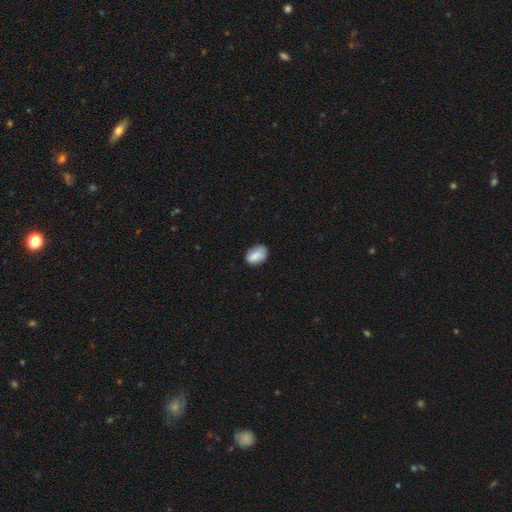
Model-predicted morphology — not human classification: The model was most divided on "merging": none: 71%, minor disturbance: 23%, major disturbance: 4%, merger: 2%. More confident: how rounded — in between (88%); smooth or featured — smooth (83%).